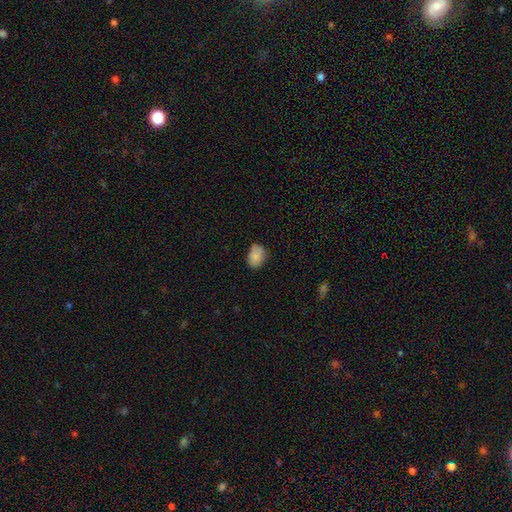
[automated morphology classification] Smooth or featured?
  - smooth: 86% *
  - star or artifact: 8%
  - featured or disk: 6%
How rounded?
  - in between: 71% *
  - round: 28%
  - cigar-shaped: 1%
Merging?
  - none: 70% *
  - minor disturbance: 24%
  - major disturbance: 4%
  - merger: 1%